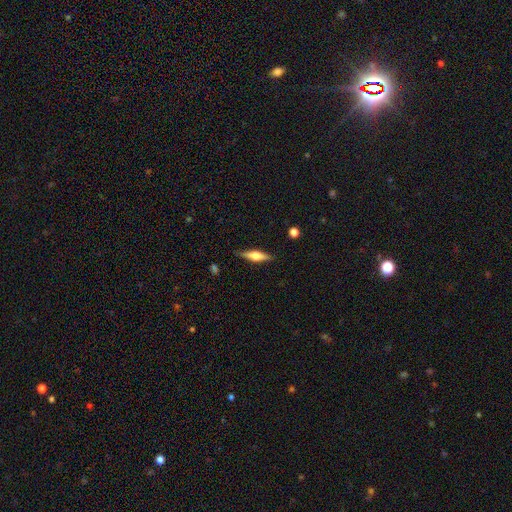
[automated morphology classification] The model was most divided on "smooth or featured": featured or disk: 58%, smooth: 36%, star or artifact: 6%. More confident: edge-on disk — yes (95%); edge-on bulge — rounded (87%); merging — none (85%).